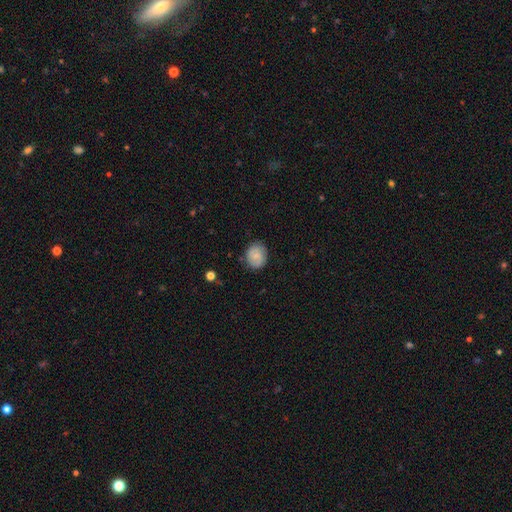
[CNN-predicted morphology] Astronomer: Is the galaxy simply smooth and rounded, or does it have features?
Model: smooth — 69%.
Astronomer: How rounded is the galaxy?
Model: round — 66%.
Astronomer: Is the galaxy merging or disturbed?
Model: none — 80%.